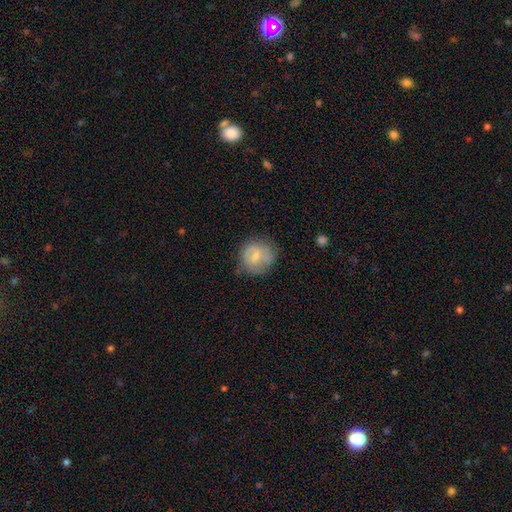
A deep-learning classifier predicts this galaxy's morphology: smooth-or-featured: smooth: 57% | featured or disk: 36% | star or artifact: 7%
  how-rounded: round: 83% | in between: 16% | cigar-shaped: 1%
  merging: none: 63% | minor disturbance: 26% | major disturbance: 10% | merger: 2%